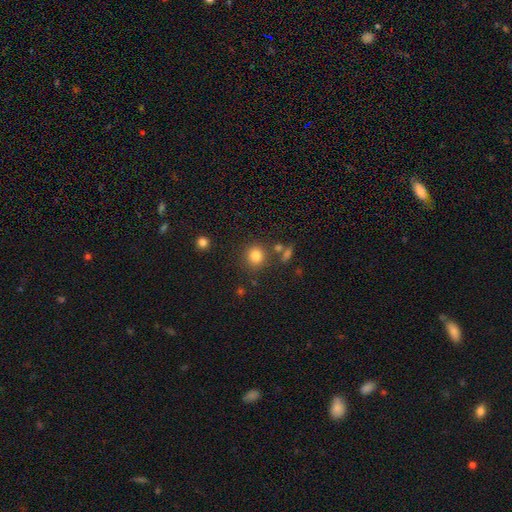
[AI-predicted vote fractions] Smooth or featured: smooth — 82% (star or artifact — 12%)
How rounded: round — 86% (in between — 13%)
Merging: none — 80% (minor disturbance — 9%)